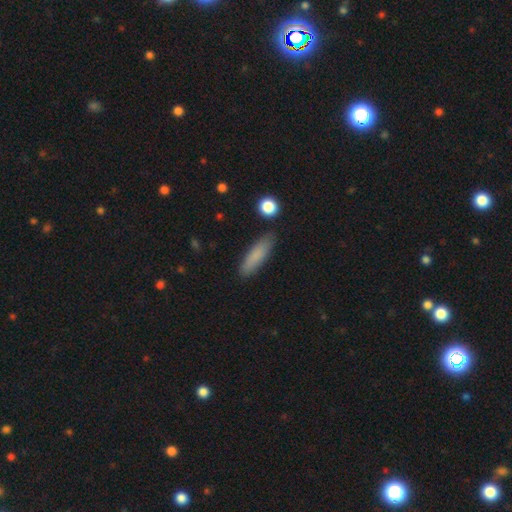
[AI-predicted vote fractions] Morphology: type=smooth (84%); roundness=cigar-shaped (66%); merging=none (85%).